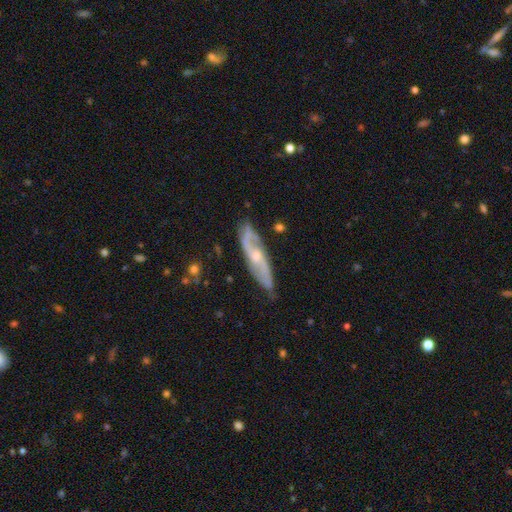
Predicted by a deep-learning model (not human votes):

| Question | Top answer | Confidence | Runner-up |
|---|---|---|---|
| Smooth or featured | featured or disk | 81% | smooth (13%) |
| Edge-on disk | no | 75% | yes (25%) |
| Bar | no | 53% | weak (38%) |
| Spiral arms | yes | 93% | no (7%) |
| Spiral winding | medium | 47% | loose (29%) |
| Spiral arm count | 2 | 76% | can't tell (13%) |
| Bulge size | small | 49% | moderate (44%) |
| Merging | none | 74% | minor disturbance (19%) |